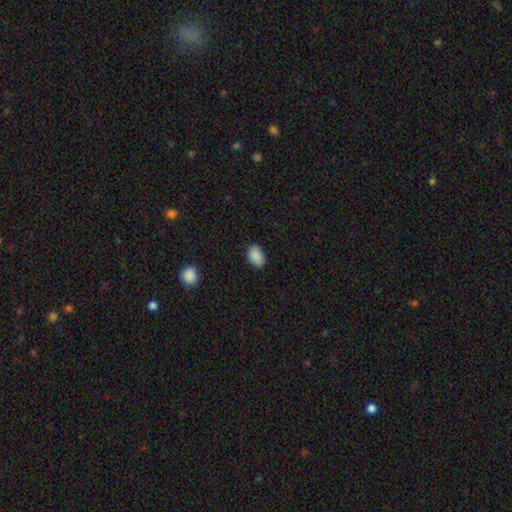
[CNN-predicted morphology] The model was most divided on "how rounded": in between: 84%, round: 15%, cigar-shaped: 1%. More confident: smooth or featured — smooth (88%); merging — none (84%).